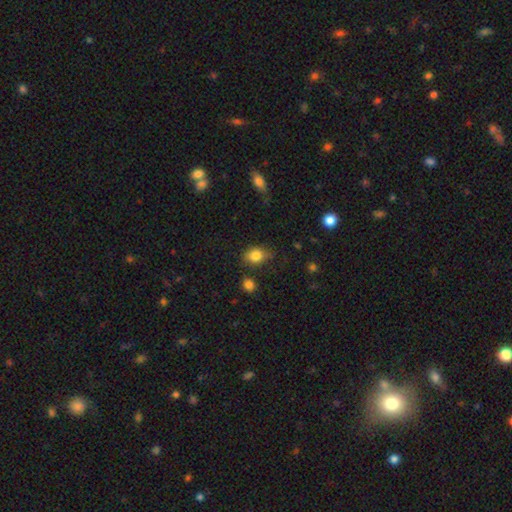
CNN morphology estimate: This appears to be a smooth galaxy with no disk features (82%) that is in between round and cigar-shaped (64%). Merging: none (66%).